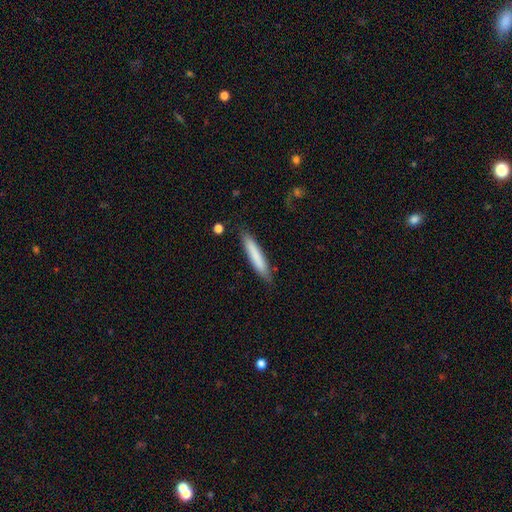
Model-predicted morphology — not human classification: type=smooth (77%); roundness=cigar-shaped (92%); merging=none (85%).